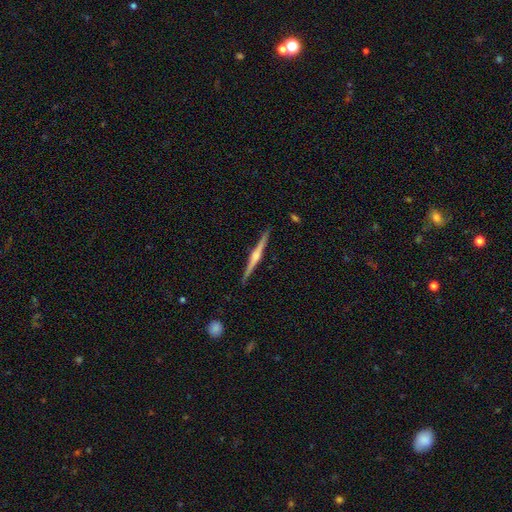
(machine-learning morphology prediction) smooth_or_featured: featured or disk (p=0.79) [alt: smooth p=0.15]
disk_edge_on: yes (p=0.99) [alt: no p=0.01]
edge_on_bulge: rounded (p=0.84) [alt: boxy p=0.10]
merging: none (p=0.91) [alt: minor disturbance p=0.06]